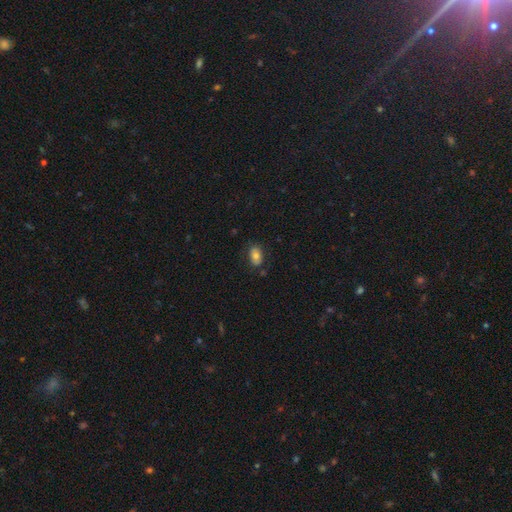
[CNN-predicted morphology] Overall: smooth (75%). How rounded: in between (88%). Merging: none (77%).